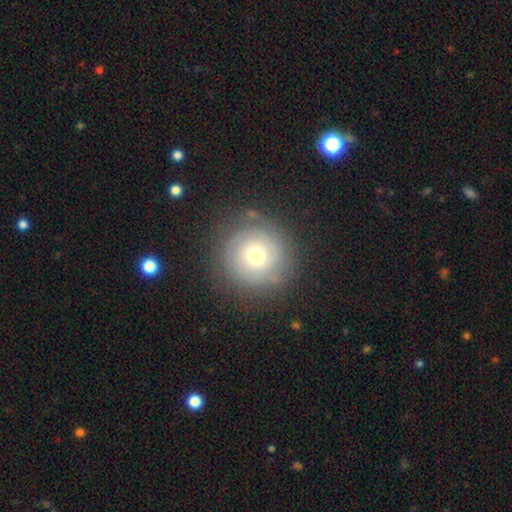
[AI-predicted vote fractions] Smooth or featured? smooth (46%)
Merging? none (81%)